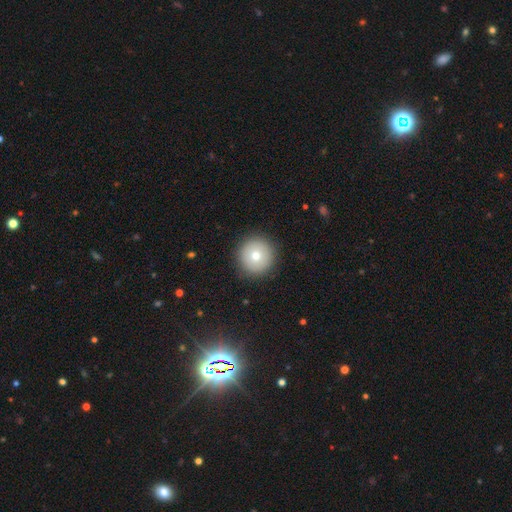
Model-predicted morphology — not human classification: This is likely a smooth galaxy (74%). How rounded: clearly round (96%). Merging: clearly none (92%).